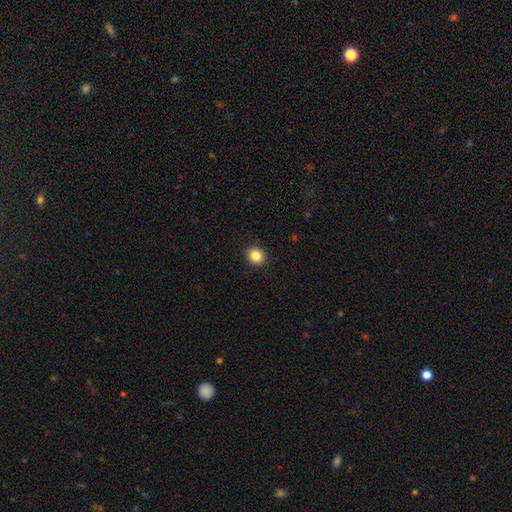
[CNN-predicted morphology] Smooth or featured?
  - smooth: 86% *
  - star or artifact: 10%
  - featured or disk: 4%
How rounded?
  - round: 66% *
  - in between: 34%
  - cigar-shaped: 1%
Merging?
  - none: 92% *
  - minor disturbance: 6%
  - major disturbance: 2%
  - merger: 1%